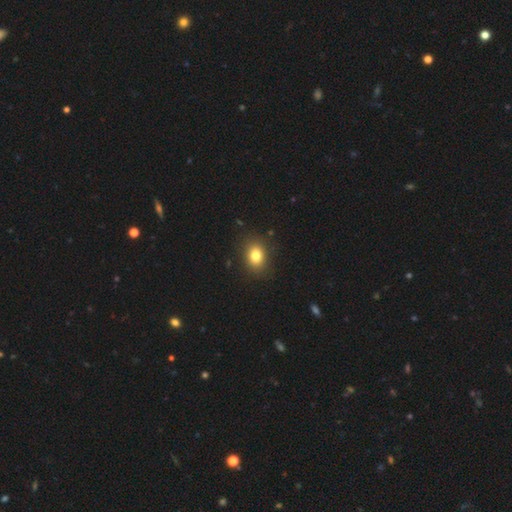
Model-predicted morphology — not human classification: Smooth or featured? smooth (81%)
How rounded? in between (56%)
Merging? none (87%)